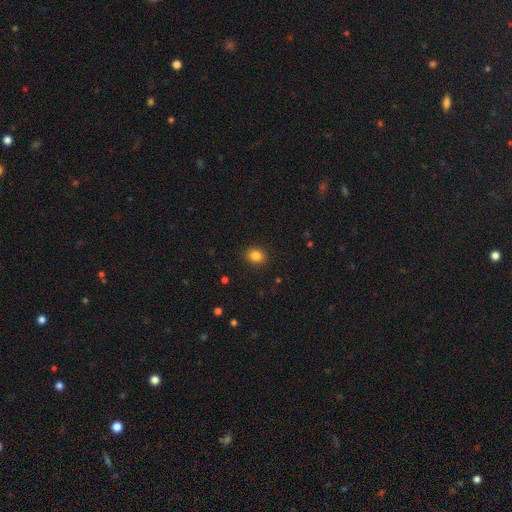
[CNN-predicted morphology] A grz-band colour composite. It shows a smooth galaxy with no disk features (84%) that is round (58%). Merging: none (90%).